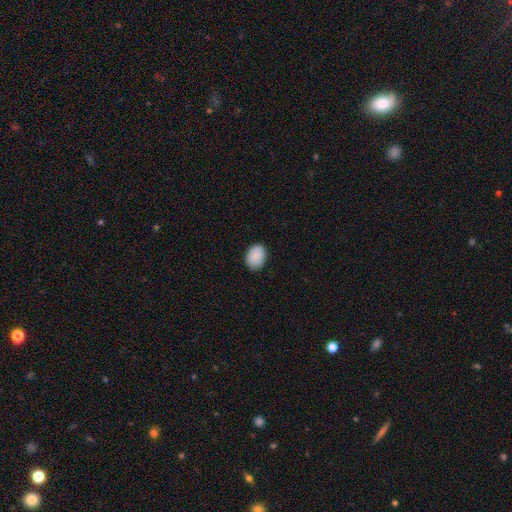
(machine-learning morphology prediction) smooth_or_featured: smooth (p=0.88) [alt: star or artifact p=0.07]
how_rounded: in between (p=0.69) [alt: round p=0.30]
merging: none (p=0.85) [alt: minor disturbance p=0.12]